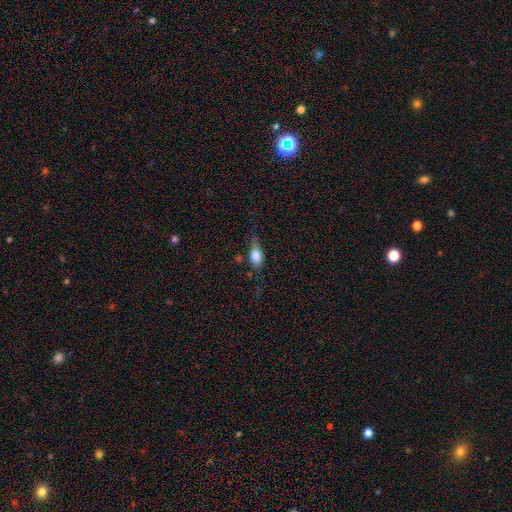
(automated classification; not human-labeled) Overall: smooth (77%). How rounded: in between (79%). Merging: none (48%; minor disturbance 33%).